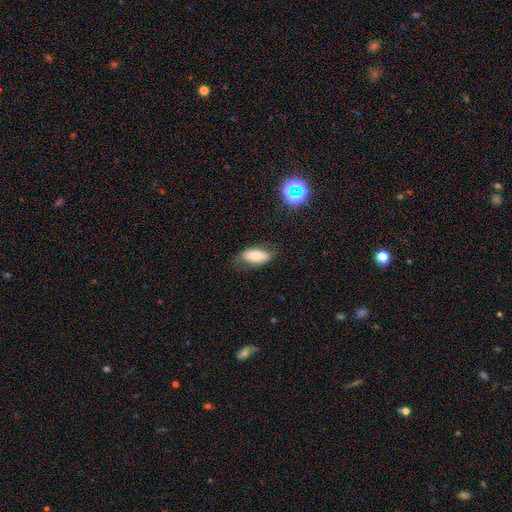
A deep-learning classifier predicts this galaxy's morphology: Smooth or featured? Predicted: smooth (p=0.72). How rounded? Predicted: in between (p=0.87). Merging? Predicted: none (p=0.68).